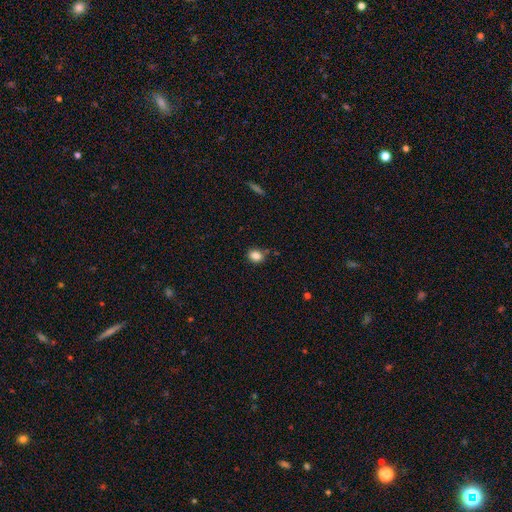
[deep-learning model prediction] A smooth galaxy with no disk features (85%) that is in between round and cigar-shaped (53%). Merging: none (74%).